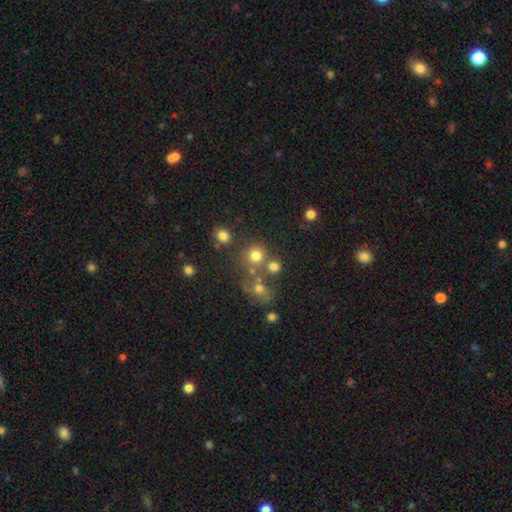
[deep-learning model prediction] smooth 75%, star or artifact 16%, featured or disk 9%. Down the decision tree: how rounded — round (89%); merging — none (65%).